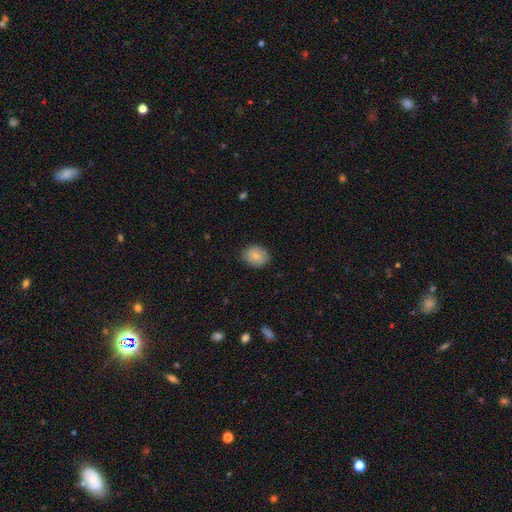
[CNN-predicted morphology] Smooth or featured: smooth — 80% (featured or disk — 13%)
How rounded: in between — 54% (round — 45%)
Merging: none — 82% (minor disturbance — 14%)